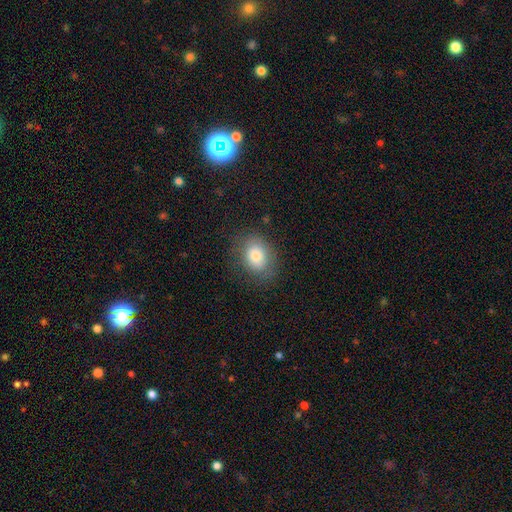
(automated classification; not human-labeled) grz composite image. It shows a smooth galaxy with no disk features (81%) that is in between round and cigar-shaped (66%). Merging: none (79%).